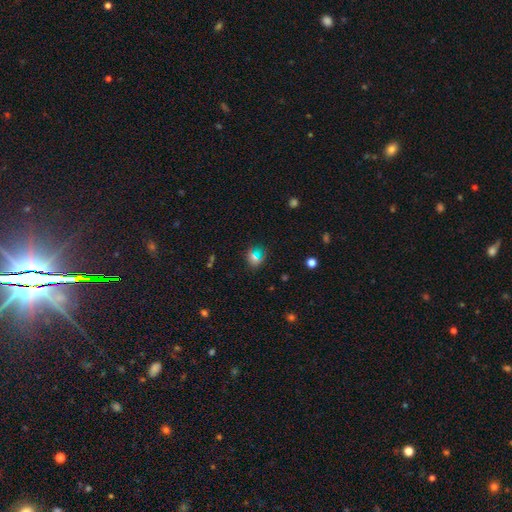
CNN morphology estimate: A smooth galaxy with no disk features (59%) that is round (82%). Merging: none (81%).